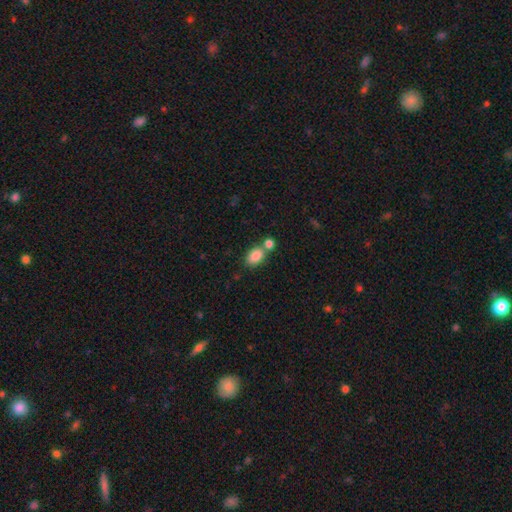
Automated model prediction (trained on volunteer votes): A smooth galaxy with no disk features (86%) that is in between round and cigar-shaped (85%).

Vote fractions:
- Smooth or featured? smooth: 86% / star or artifact: 8% / featured or disk: 6%
- How rounded? in between: 85% / round: 13% / cigar-shaped: 2%
- Merging? none: 53% / merger: 32% / minor disturbance: 11% / major disturbance: 4%